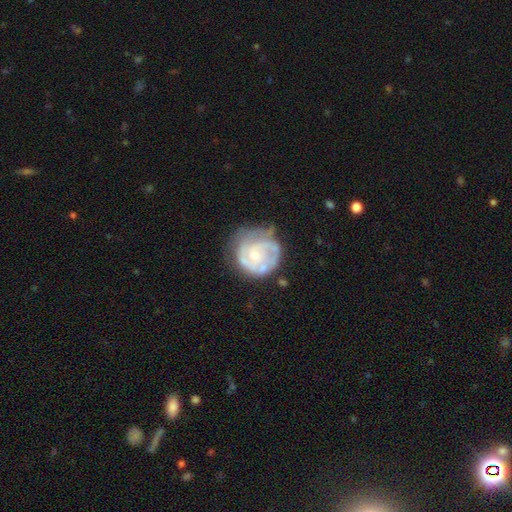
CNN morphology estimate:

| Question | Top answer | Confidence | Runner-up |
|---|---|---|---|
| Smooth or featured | featured or disk | 68% | smooth (25%) |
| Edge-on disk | no | 98% | yes (2%) |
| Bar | no | 78% | weak (18%) |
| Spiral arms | yes | 67% | no (33%) |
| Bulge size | small | 56% | moderate (33%) |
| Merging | none | 49% | minor disturbance (28%) |